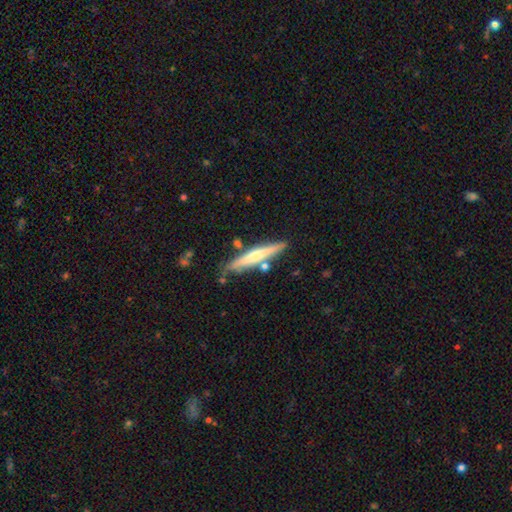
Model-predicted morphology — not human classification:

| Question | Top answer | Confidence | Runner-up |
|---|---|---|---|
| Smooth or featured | smooth | 49% | featured or disk (45%) |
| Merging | none | 77% | minor disturbance (13%) |